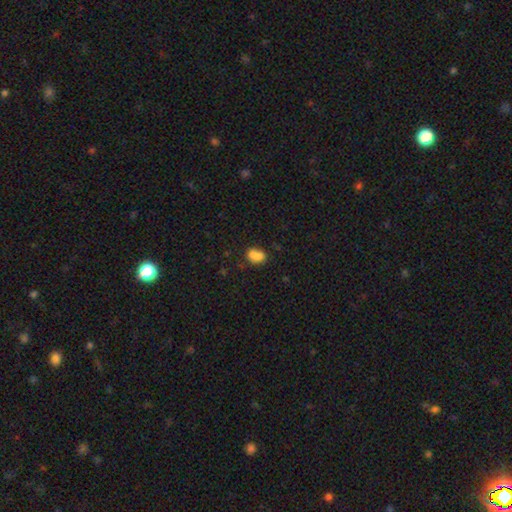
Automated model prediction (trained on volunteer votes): This is likely a smooth galaxy (78%). How rounded: likely in between (67%). Merging: possibly none (49%).